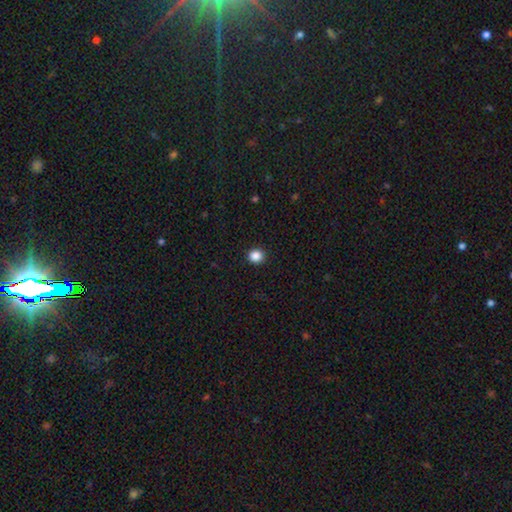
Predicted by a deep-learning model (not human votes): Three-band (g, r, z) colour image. It shows a smooth galaxy with no disk features (86%) that is round (88%). Merging: none (93%).